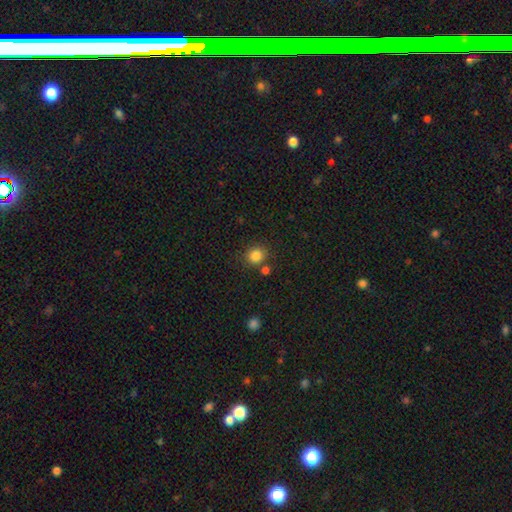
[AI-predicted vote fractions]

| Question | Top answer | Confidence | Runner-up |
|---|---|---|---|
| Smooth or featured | smooth | 84% | star or artifact (11%) |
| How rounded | round | 84% | in between (15%) |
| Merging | none | 78% | merger (10%) |